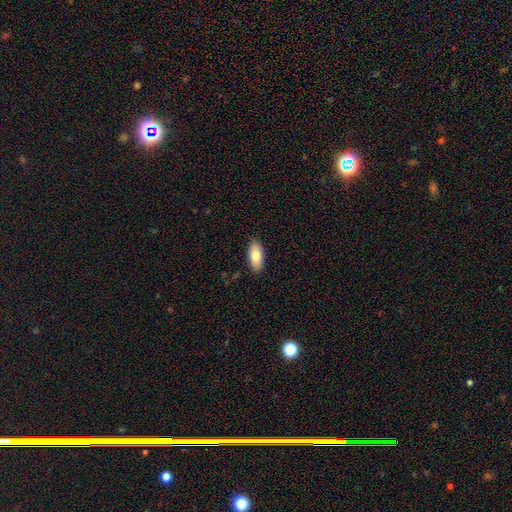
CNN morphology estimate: A smooth galaxy with no disk features (78%) that is in between round and cigar-shaped (85%). Merging: none (89%).